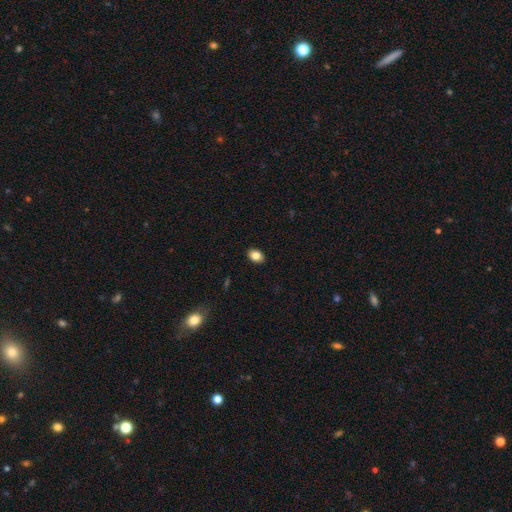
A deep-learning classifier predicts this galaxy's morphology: Smooth or featured?
  - smooth: 84% *
  - star or artifact: 9%
  - featured or disk: 7%
How rounded?
  - in between: 79% *
  - round: 20%
  - cigar-shaped: 1%
Merging?
  - none: 90% *
  - minor disturbance: 8%
  - major disturbance: 2%
  - merger: 1%